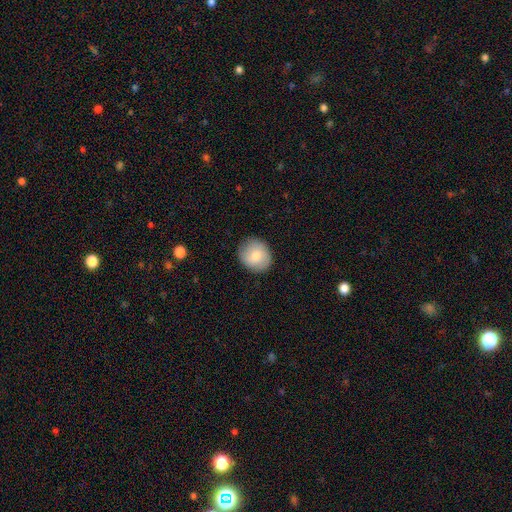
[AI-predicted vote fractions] Overall: smooth (77%). How rounded: round (83%). Merging: none (86%).